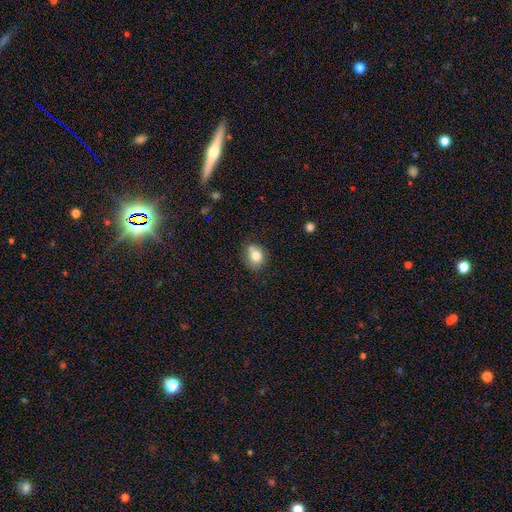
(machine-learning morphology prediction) This appears to be a smooth galaxy with no disk features (76%) that is round (60%). Merging: none (58%).